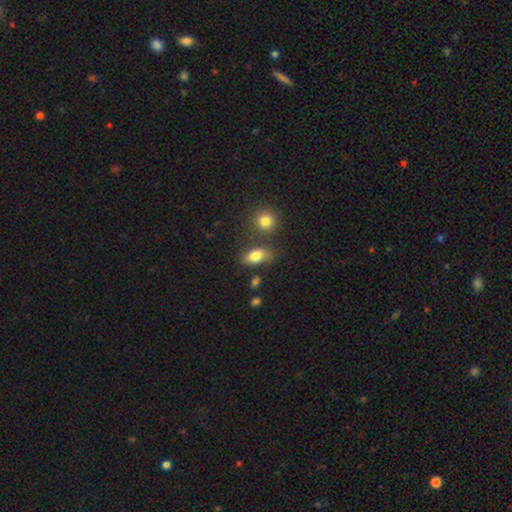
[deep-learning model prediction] Morphology: type=smooth (81%); roundness=in between (86%); merging=none (66%).